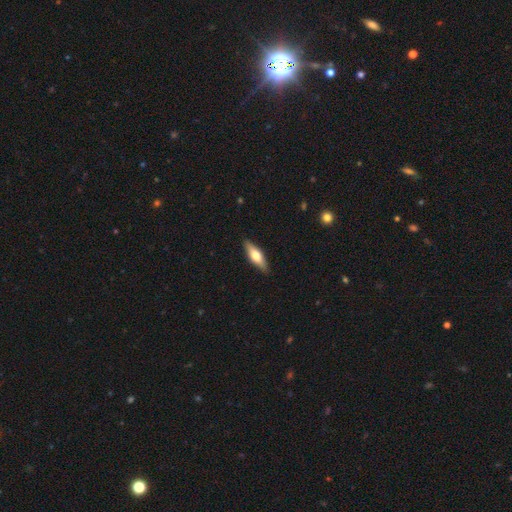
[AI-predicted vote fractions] smooth 53%, featured or disk 41%, star or artifact 6%. Down the decision tree: how rounded — cigar-shaped (52%); merging — none (89%).